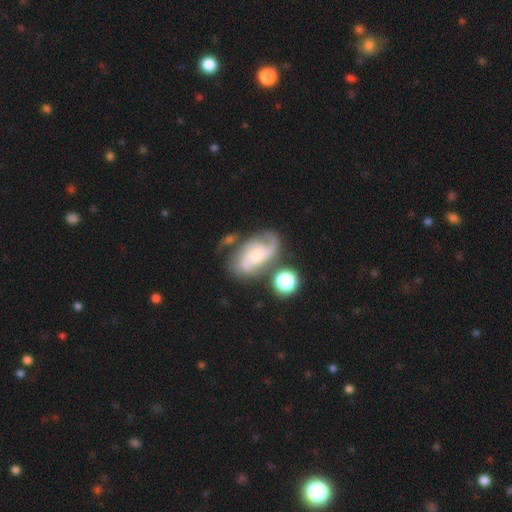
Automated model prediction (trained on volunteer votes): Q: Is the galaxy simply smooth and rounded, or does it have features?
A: featured or disk — 78%.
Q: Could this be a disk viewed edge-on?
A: no — 96%.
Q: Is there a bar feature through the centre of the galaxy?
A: no — 61%.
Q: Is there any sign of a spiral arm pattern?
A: yes — 94%.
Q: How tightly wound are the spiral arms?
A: medium — 47%.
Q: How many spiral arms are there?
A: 2 — 48%.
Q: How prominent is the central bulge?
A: small — 49%.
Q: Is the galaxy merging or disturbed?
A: none — 53%.